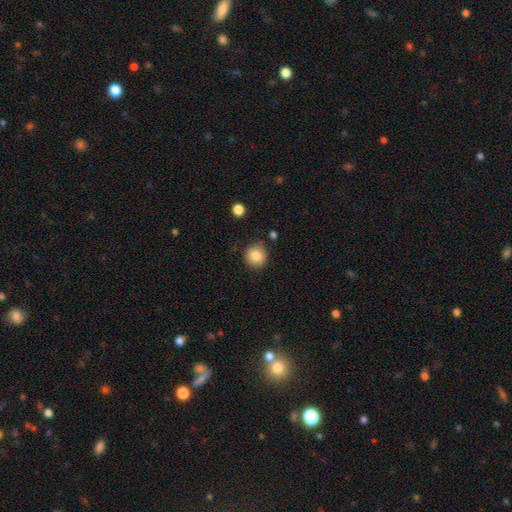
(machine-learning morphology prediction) Smooth or featured: smooth — 85% (star or artifact — 9%)
How rounded: round — 92% (in between — 7%)
Merging: none — 85% (minor disturbance — 10%)